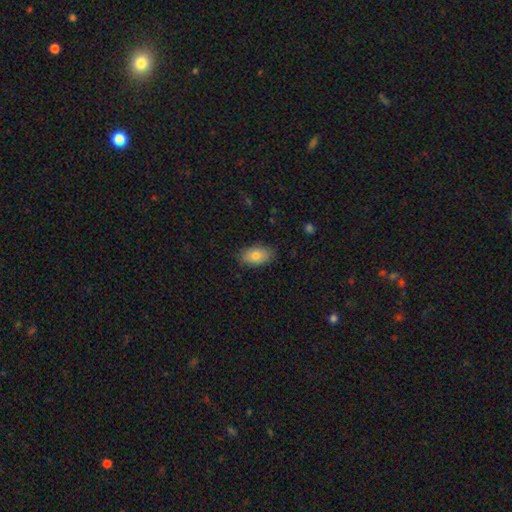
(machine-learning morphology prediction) Smooth or featured: smooth — 81% (featured or disk — 12%)
How rounded: in between — 91% (round — 7%)
Merging: none — 83% (minor disturbance — 13%)